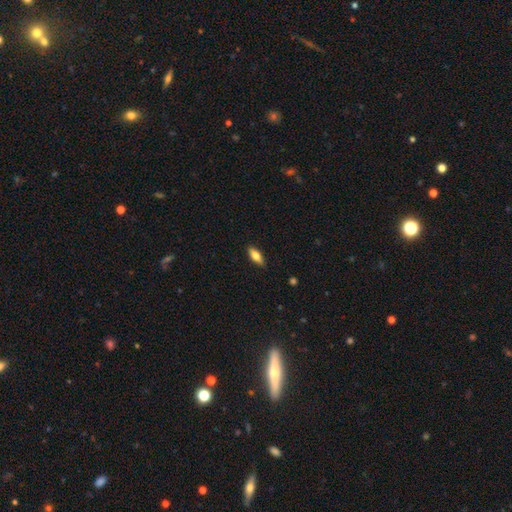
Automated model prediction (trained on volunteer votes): Smooth or featured: smooth — 78% (featured or disk — 16%)
How rounded: in between — 80% (cigar-shaped — 17%)
Merging: none — 88% (minor disturbance — 10%)